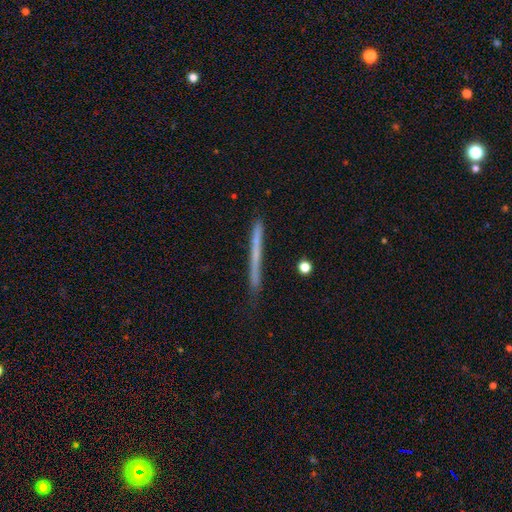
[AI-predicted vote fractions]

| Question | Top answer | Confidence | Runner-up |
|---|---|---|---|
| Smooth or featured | smooth | 50% | featured or disk (43%) |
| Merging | none | 80% | minor disturbance (15%) |